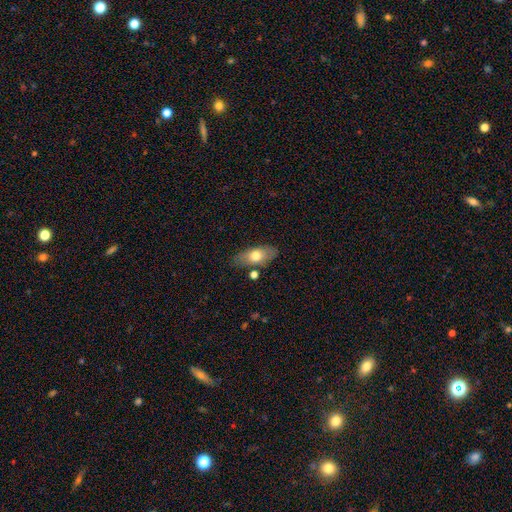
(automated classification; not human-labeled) Overall: smooth (67%). How rounded: in between (83%). Merging: none (75%).